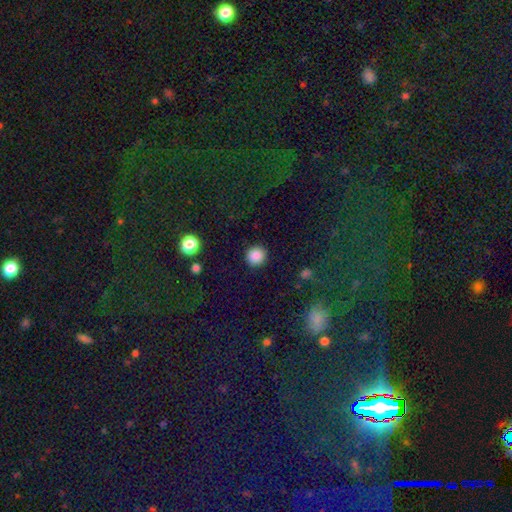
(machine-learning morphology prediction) This is clearly a smooth galaxy (87%). How rounded: clearly round (93%). Merging: clearly none (91%).